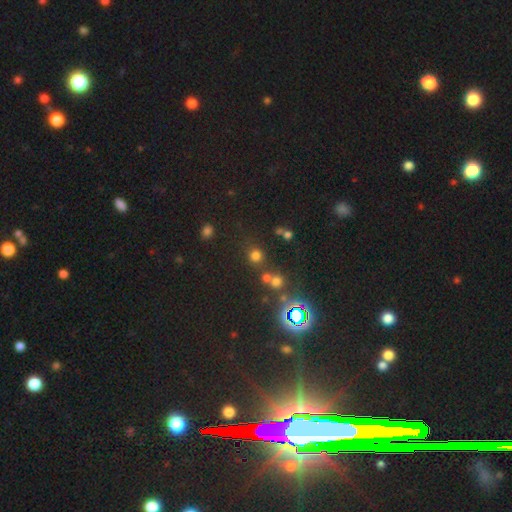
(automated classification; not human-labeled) smooth-or-featured: smooth: 65% | star or artifact: 28% | featured or disk: 7%
  how-rounded: round: 90% | in between: 9% | cigar-shaped: 1%
  merging: none: 73% | merger: 15% | minor disturbance: 8% | major disturbance: 4%